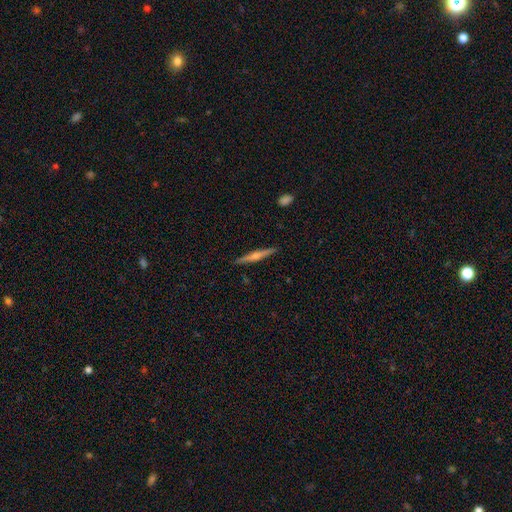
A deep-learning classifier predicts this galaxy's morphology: A featured or disk galaxy (72%) viewed edge-on (98%) with a rounded central bulge (82%). Merging: none (92%).